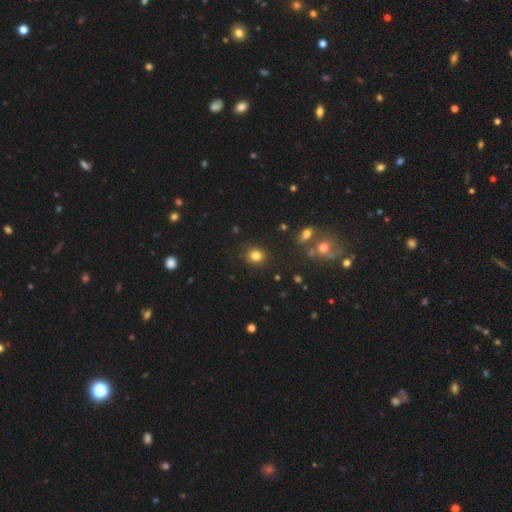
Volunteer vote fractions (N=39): A smooth galaxy with no disk features (87%) that is round (76%).

Vote fractions:
- Smooth or featured? smooth: 87% / featured or disk: 8% / star or artifact: 5%
- How rounded? round: 76% / in between: 18% / cigar-shaped: 6%
- Merging? none: 89% / minor disturbance: 8% / merger: 3% / major disturbance: 0%